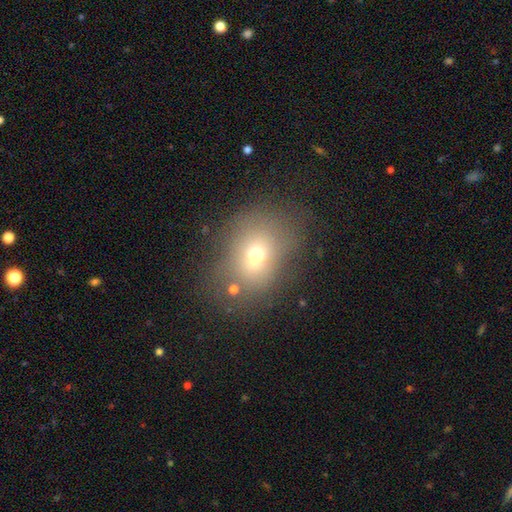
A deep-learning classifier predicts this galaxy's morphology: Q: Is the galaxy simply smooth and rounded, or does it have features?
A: smooth — 65%.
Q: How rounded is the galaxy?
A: in between — 54%.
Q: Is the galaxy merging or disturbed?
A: none — 64%.